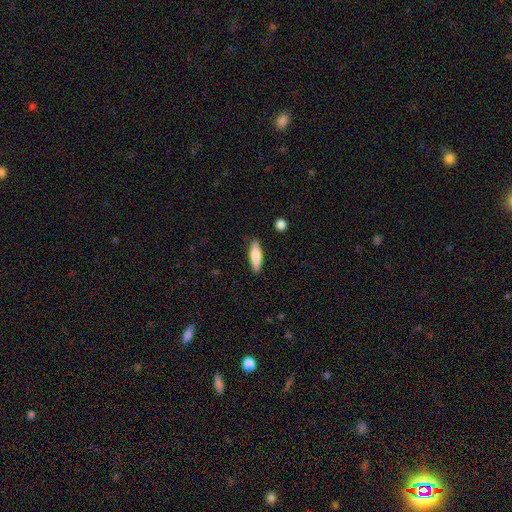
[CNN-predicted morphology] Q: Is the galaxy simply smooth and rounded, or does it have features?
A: smooth — 75%.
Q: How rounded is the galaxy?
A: cigar-shaped — 60%.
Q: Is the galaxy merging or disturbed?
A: none — 87%.